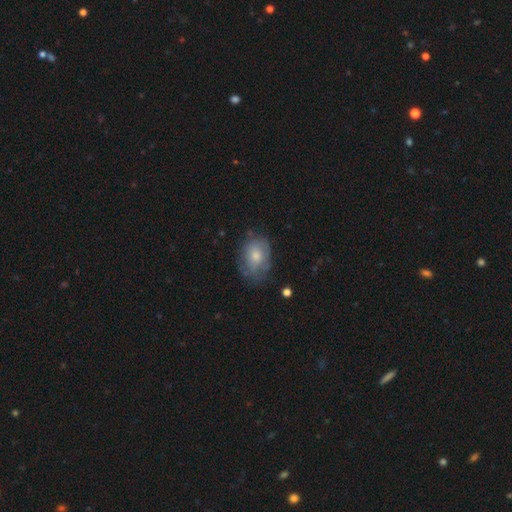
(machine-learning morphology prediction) The model was most divided on "merging": none: 59%, minor disturbance: 28%, major disturbance: 11%, merger: 2%. More confident: how rounded — in between (78%); smooth or featured — smooth (66%).